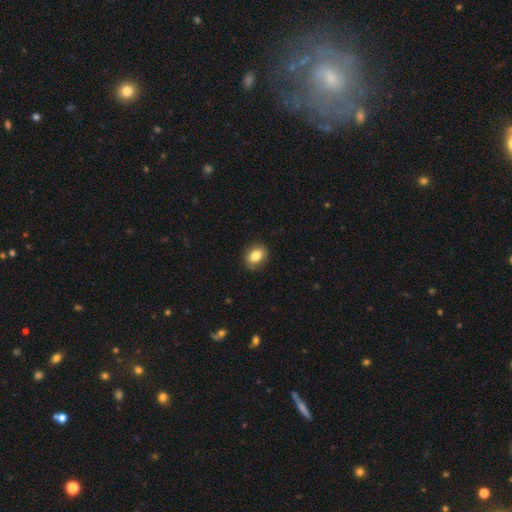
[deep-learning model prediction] Morphology: type=smooth (83%); roundness=in between (68%); merging=none (86%).